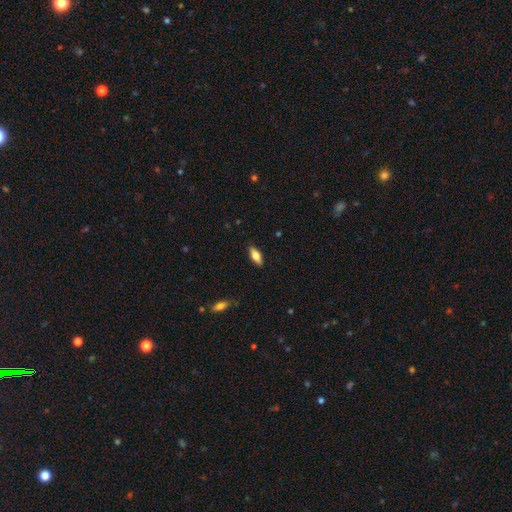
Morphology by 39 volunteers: Smooth or featured? smooth (62%)
How rounded? in between (96%)
Merging? none (81%)